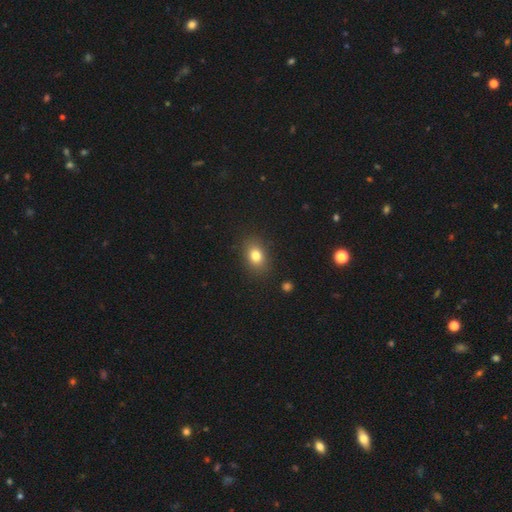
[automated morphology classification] type=smooth (79%); roundness=in between (66%); merging=none (86%).